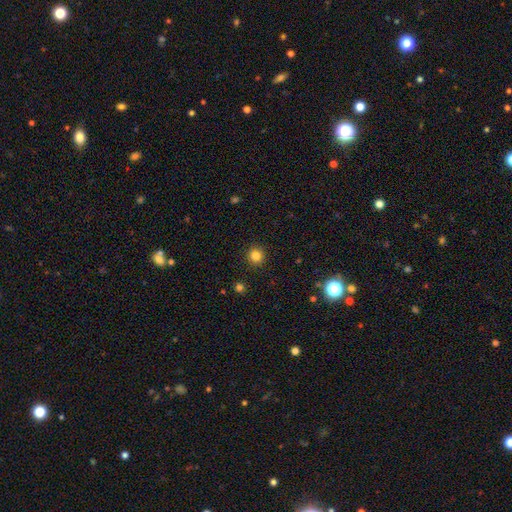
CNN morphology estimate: This appears to be a smooth galaxy with no disk features (82%) that is round (93%). Merging: none (92%).